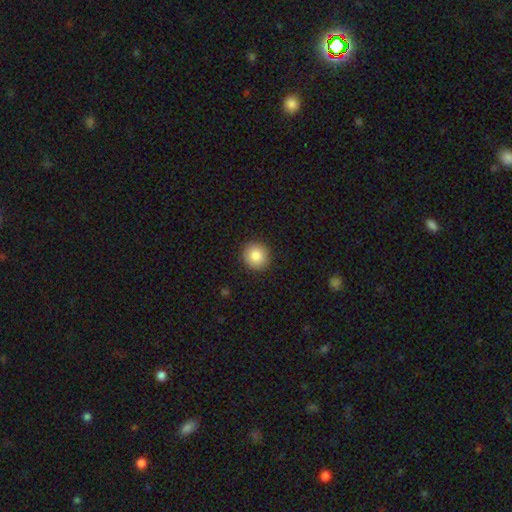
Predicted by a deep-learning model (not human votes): Smooth or featured?
  - smooth: 86% *
  - star or artifact: 9%
  - featured or disk: 6%
How rounded?
  - round: 92% *
  - in between: 7%
  - cigar-shaped: 1%
Merging?
  - none: 91% *
  - minor disturbance: 6%
  - major disturbance: 2%
  - merger: 1%